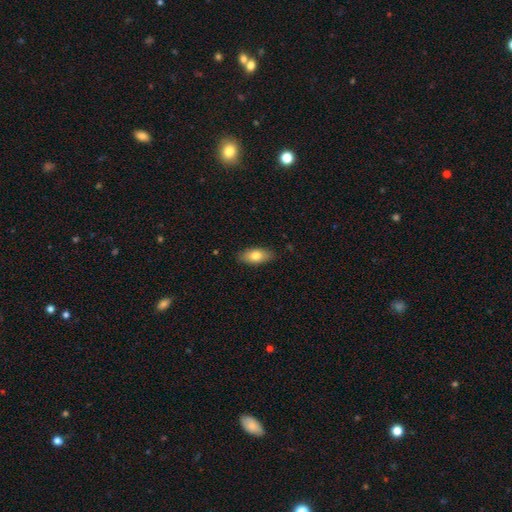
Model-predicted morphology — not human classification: A smooth galaxy with no disk features (77%) that is in between round and cigar-shaped (89%). Merging: none (87%).